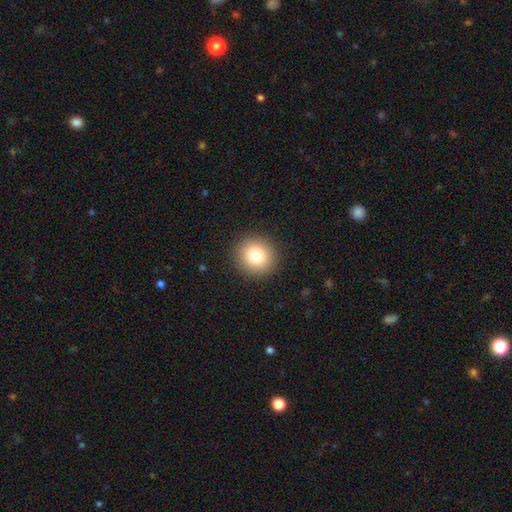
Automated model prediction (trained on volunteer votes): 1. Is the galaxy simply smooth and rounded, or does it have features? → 82% smooth, 10% star or artifact, 8% featured or disk.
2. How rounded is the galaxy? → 92% round, 7% in between, 1% cigar-shaped.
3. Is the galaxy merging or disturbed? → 92% none, 5% minor disturbance, 2% major disturbance, 1% merger.